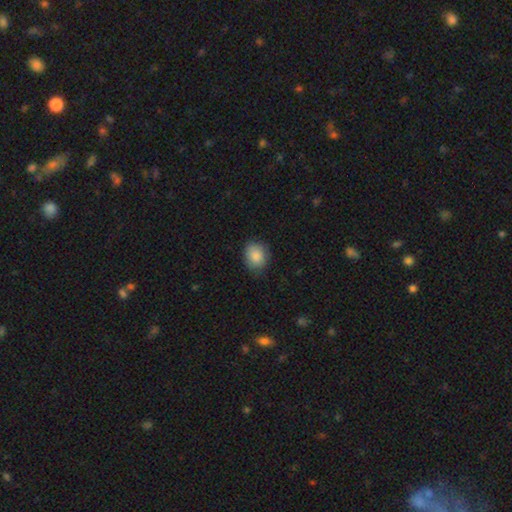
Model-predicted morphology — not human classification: smooth-or-featured: smooth: 87% | star or artifact: 7% | featured or disk: 6%
  how-rounded: round: 59% | in between: 40% | cigar-shaped: 1%
  merging: none: 77% | minor disturbance: 18% | major disturbance: 4% | merger: 1%